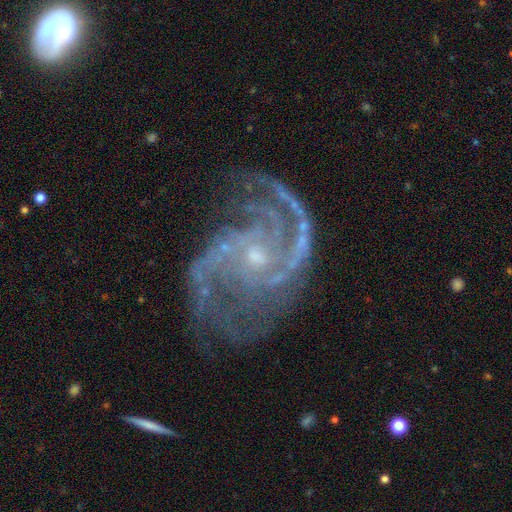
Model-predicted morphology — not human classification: type=featured or disk (92%); edge-on=no (98%); bar=no (63%); spiral arms=yes (98%); winding=medium (55%); arm count=2 (37%); bulge=small (79%); merging=none (63%).